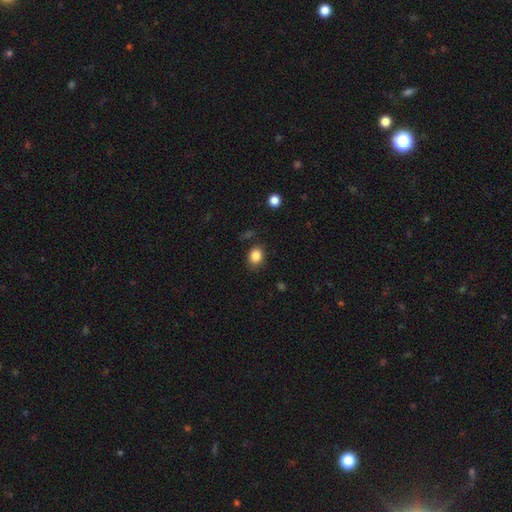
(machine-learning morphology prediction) This is clearly a smooth galaxy (86%). How rounded: possibly round (50%). Merging: clearly none (80%).